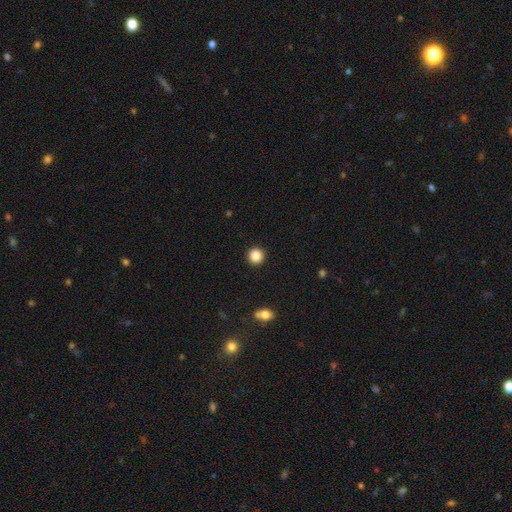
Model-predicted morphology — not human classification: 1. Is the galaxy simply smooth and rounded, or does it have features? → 86% smooth, 10% star or artifact, 4% featured or disk.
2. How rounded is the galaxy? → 95% round, 4% in between, 1% cigar-shaped.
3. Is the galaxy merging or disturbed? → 93% none, 4% minor disturbance, 2% major disturbance, 1% merger.